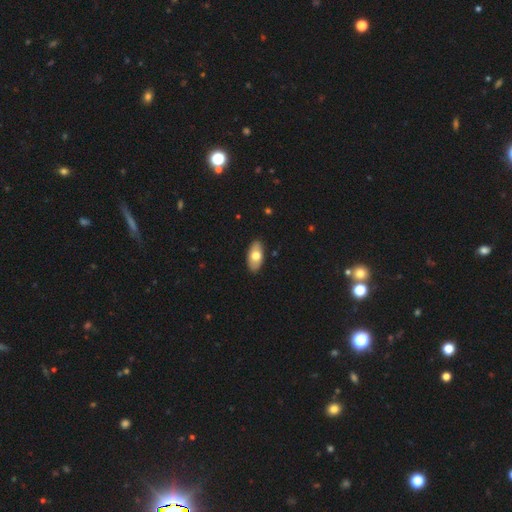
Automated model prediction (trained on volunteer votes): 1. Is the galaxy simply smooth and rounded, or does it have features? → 69% smooth, 25% featured or disk, 5% star or artifact.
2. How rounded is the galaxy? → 93% in between, 4% cigar-shaped, 3% round.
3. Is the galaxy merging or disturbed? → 89% none, 8% minor disturbance, 2% major disturbance, 1% merger.